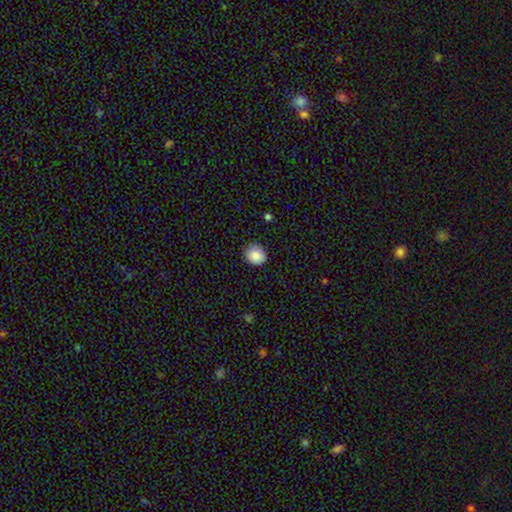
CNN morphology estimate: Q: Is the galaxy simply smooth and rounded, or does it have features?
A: smooth — 87%.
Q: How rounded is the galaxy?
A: round — 75%.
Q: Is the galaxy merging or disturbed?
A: none — 86%.